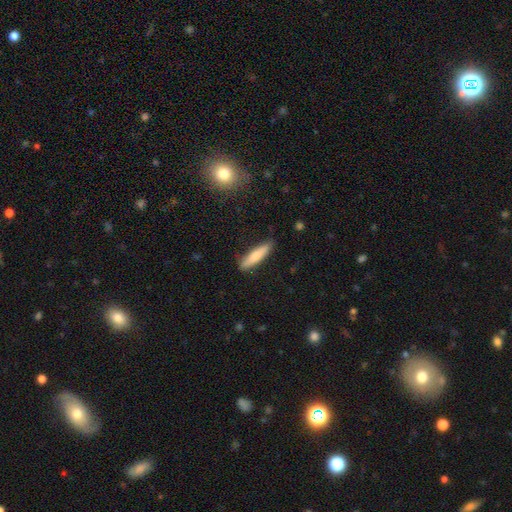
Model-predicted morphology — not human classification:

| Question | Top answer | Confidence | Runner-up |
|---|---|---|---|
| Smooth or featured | smooth | 76% | featured or disk (19%) |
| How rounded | cigar-shaped | 77% | in between (21%) |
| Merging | none | 84% | minor disturbance (12%) |